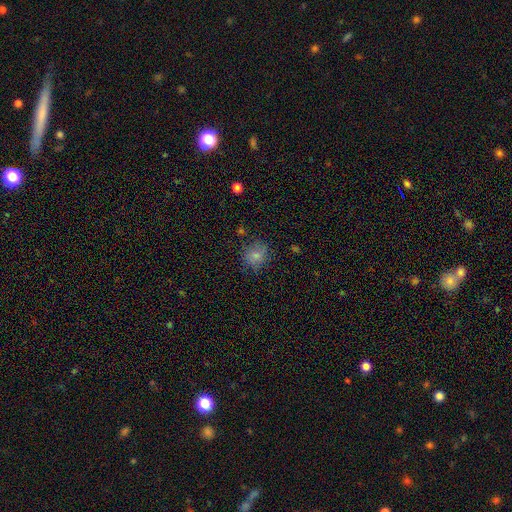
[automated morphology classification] smooth_or_featured: smooth (p=0.78) [alt: star or artifact p=0.12]
how_rounded: round (p=0.77) [alt: in between p=0.22]
merging: none (p=0.73) [alt: minor disturbance p=0.19]